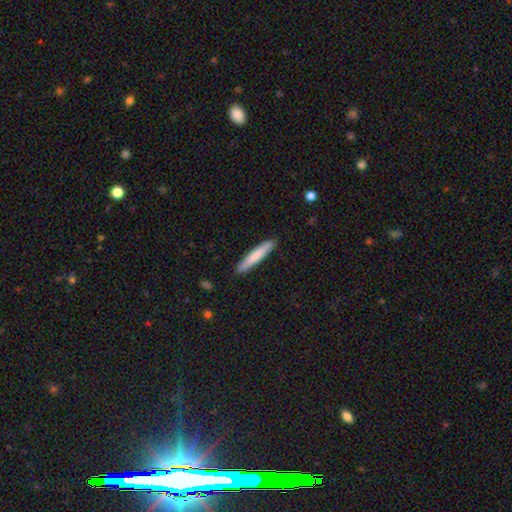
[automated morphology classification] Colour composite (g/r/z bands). It shows a smooth galaxy with no disk features (77%) that is cigar-shaped (94%). Merging: none (90%).